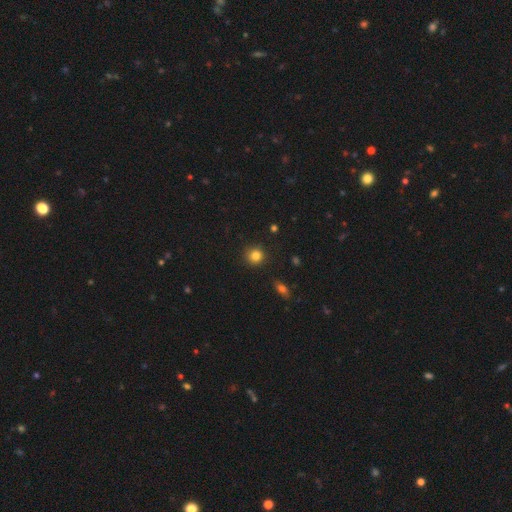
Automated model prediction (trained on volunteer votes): Smooth or featured?
  - smooth: 83% *
  - star or artifact: 12%
  - featured or disk: 5%
How rounded?
  - round: 92% *
  - in between: 7%
  - cigar-shaped: 1%
Merging?
  - none: 89% *
  - minor disturbance: 7%
  - major disturbance: 2%
  - merger: 1%